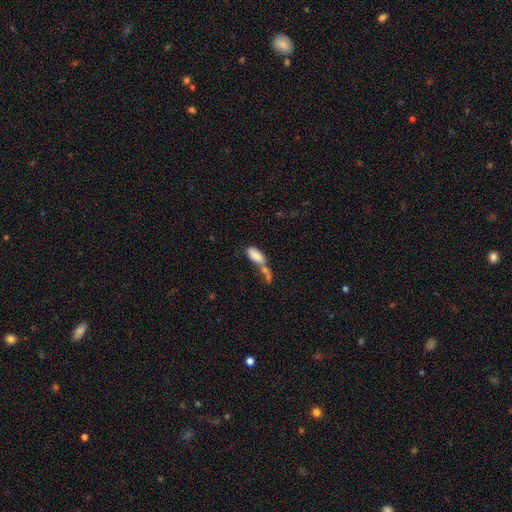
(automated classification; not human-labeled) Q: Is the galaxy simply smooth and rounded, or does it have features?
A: smooth — 79%.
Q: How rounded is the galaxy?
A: in between — 81%.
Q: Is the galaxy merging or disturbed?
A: merger — 59%.